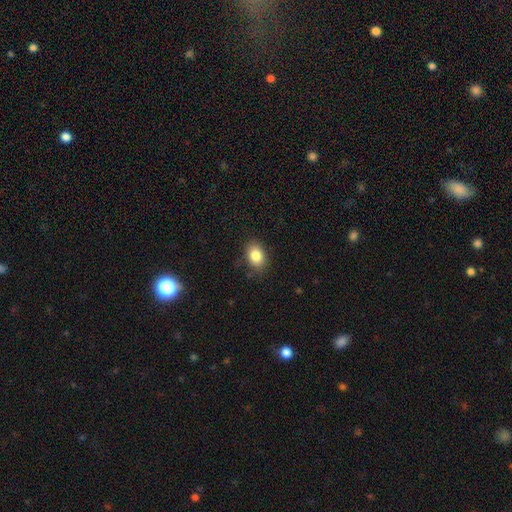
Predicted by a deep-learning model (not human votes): Morphology: type=smooth (84%); roundness=in between (74%); merging=none (83%).